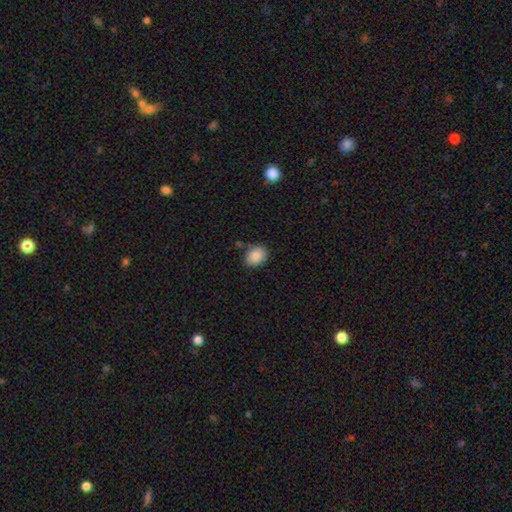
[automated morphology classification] A smooth galaxy with no disk features (87%) that is in between round and cigar-shaped (63%). Merging: none (80%).